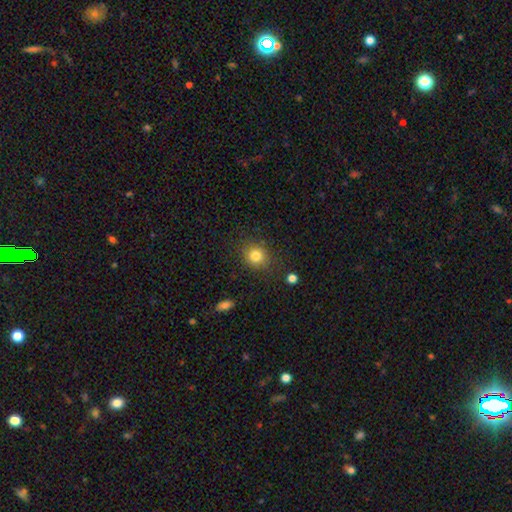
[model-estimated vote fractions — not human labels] The model was most divided on "how rounded": round: 82%, in between: 17%, cigar-shaped: 1%. More confident: merging — none (84%); smooth or featured — smooth (81%).